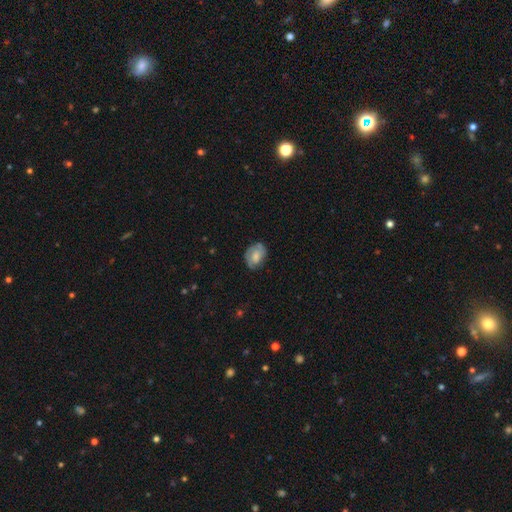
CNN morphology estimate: Overall: smooth (52%; featured or disk 40%). How rounded: in between (71%). Merging: none (64%; minor disturbance 25%).